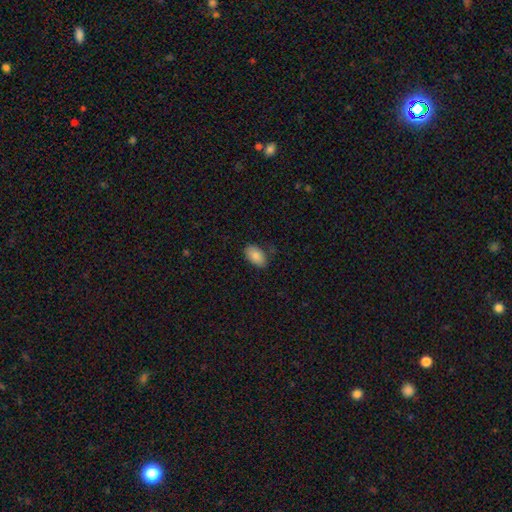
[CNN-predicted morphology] A smooth galaxy with no disk features (82%) that is in between round and cigar-shaped (92%).

Vote fractions:
- Smooth or featured? smooth: 82% / featured or disk: 10% / star or artifact: 7%
- How rounded? in between: 92% / round: 6% / cigar-shaped: 1%
- Merging? none: 76% / minor disturbance: 19% / major disturbance: 4% / merger: 2%